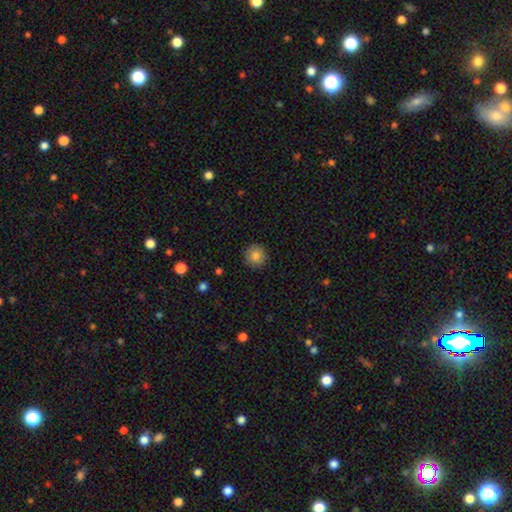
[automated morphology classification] smooth 86%, star or artifact 9%, featured or disk 5%. Down the decision tree: how rounded — round (92%); merging — none (90%).